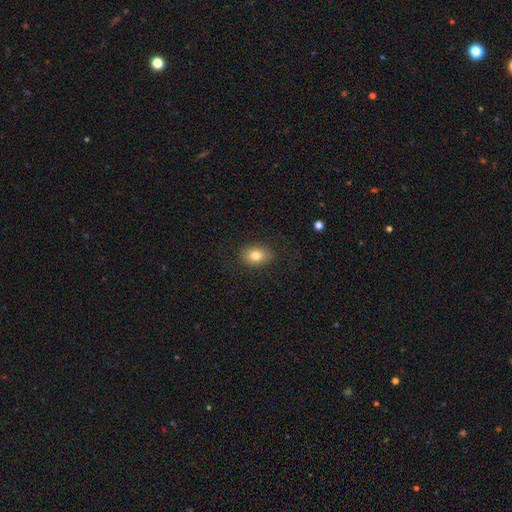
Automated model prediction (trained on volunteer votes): Smooth or featured? smooth (81%)
How rounded? in between (75%)
Merging? none (86%)